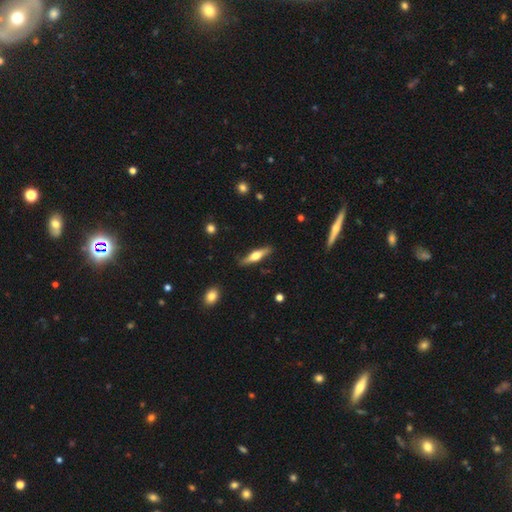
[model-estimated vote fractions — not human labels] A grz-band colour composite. It shows a featured or disk galaxy (53%) viewed edge-on (93%). Merging: none (85%).